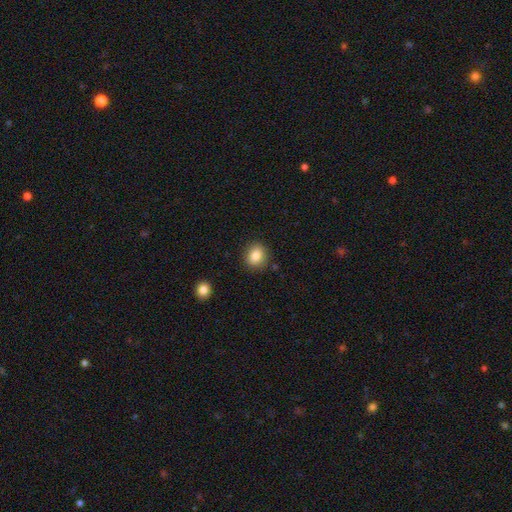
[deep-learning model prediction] Smooth or featured?
  - smooth: 84% *
  - star or artifact: 9%
  - featured or disk: 7%
How rounded?
  - round: 62% *
  - in between: 37%
  - cigar-shaped: 1%
Merging?
  - none: 87% *
  - minor disturbance: 9%
  - major disturbance: 2%
  - merger: 2%